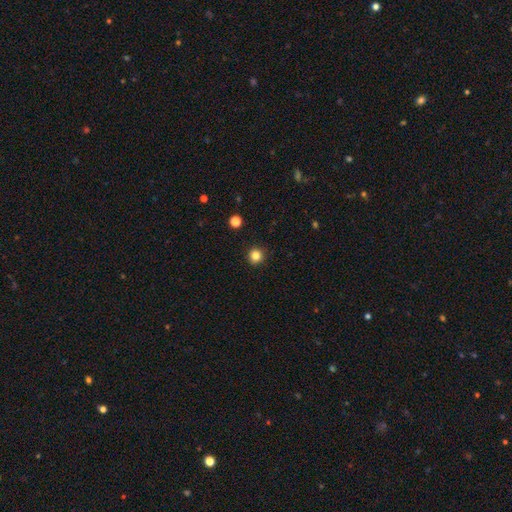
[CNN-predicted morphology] type=smooth (83%); roundness=round (94%); merging=none (92%).